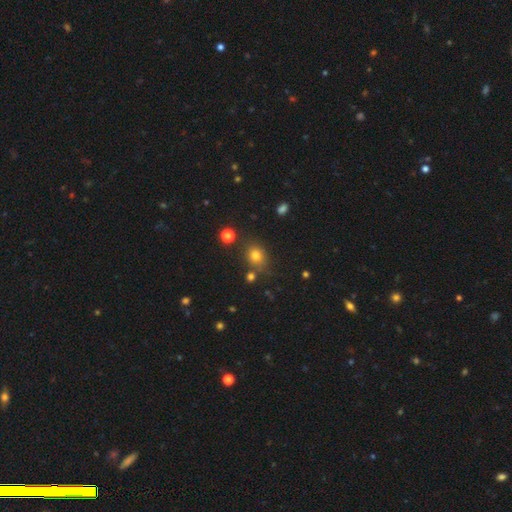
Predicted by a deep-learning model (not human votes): Smooth or featured: smooth — 76% (star or artifact — 16%)
How rounded: round — 62% (in between — 37%)
Merging: none — 76% (minor disturbance — 13%)